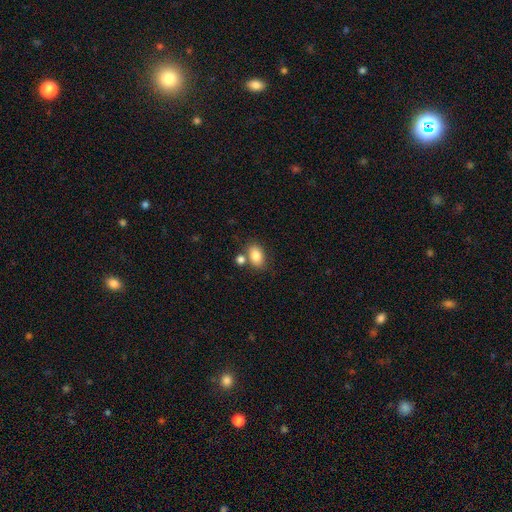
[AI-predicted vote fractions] Q: Smooth or featured?
A: smooth (83%); runner-up: star or artifact (9%)
Q: How rounded?
A: in between (81%); runner-up: round (17%)
Q: Merging?
A: none (64%); runner-up: merger (20%)